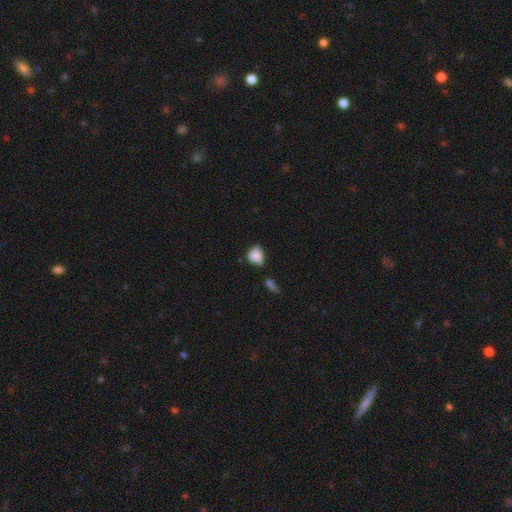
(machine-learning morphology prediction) Q: Smooth or featured?
A: smooth (80%); runner-up: featured or disk (10%)
Q: How rounded?
A: round (50%); runner-up: in between (48%)
Q: Merging?
A: none (42%); runner-up: minor disturbance (36%)